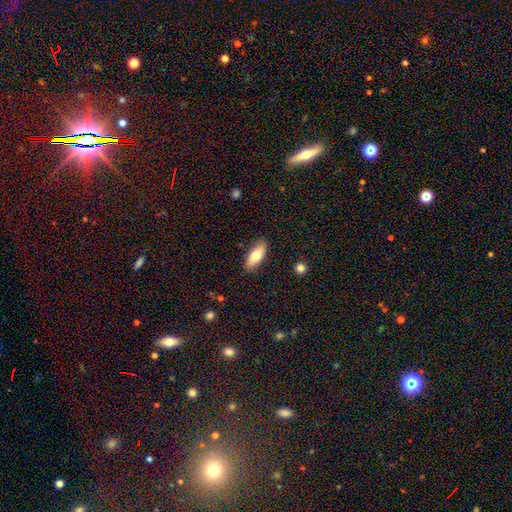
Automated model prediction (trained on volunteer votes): smooth-or-featured: smooth: 73% | featured or disk: 21% | star or artifact: 6%
  how-rounded: in between: 76% | cigar-shaped: 21% | round: 3%
  merging: none: 86% | minor disturbance: 10% | major disturbance: 2% | merger: 1%